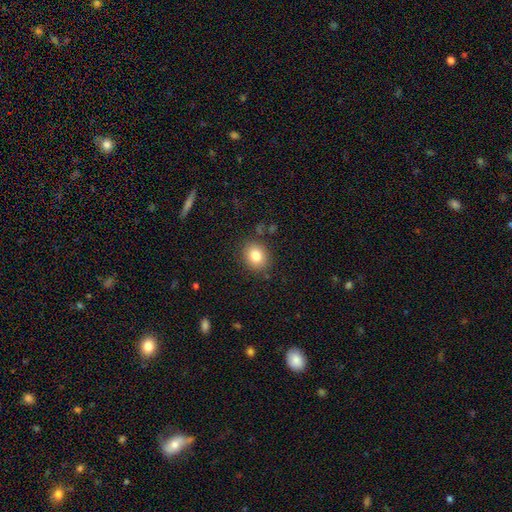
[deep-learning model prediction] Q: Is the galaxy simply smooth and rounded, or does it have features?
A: smooth — 82%.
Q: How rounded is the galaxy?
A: round — 63%.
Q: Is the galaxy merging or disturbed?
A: none — 86%.